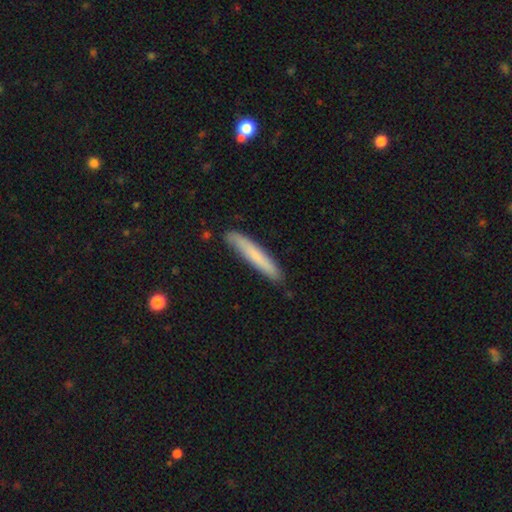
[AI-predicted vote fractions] Smooth or featured? Predicted: smooth (p=0.73). How rounded? Predicted: cigar-shaped (p=0.95). Merging? Predicted: none (p=0.84).